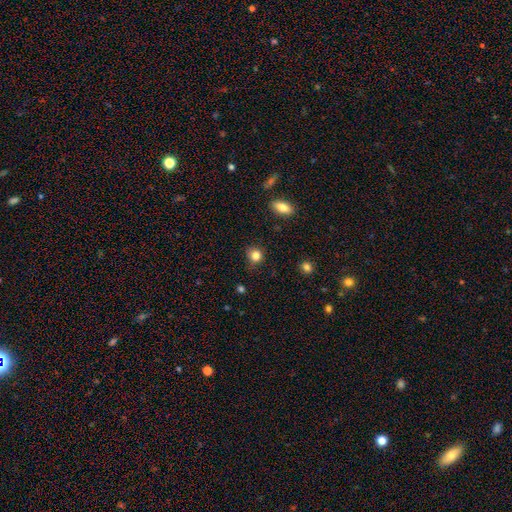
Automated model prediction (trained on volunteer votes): Q: Smooth or featured?
A: smooth (83%); runner-up: star or artifact (12%)
Q: How rounded?
A: round (83%); runner-up: in between (16%)
Q: Merging?
A: none (80%); runner-up: minor disturbance (15%)